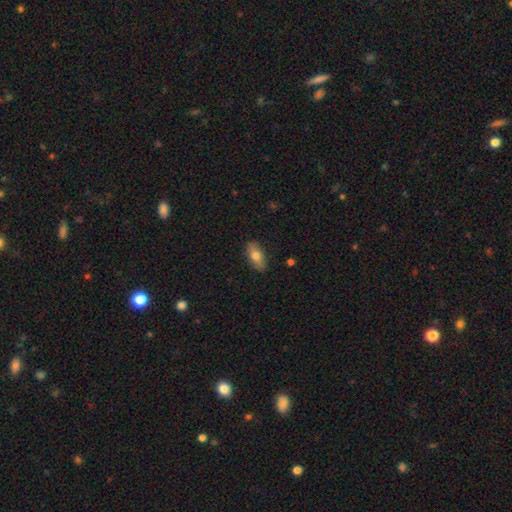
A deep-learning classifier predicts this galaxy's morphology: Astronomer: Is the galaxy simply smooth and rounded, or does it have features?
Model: smooth — 74%.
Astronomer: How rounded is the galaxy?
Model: in between — 80%.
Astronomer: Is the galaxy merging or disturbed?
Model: none — 85%.